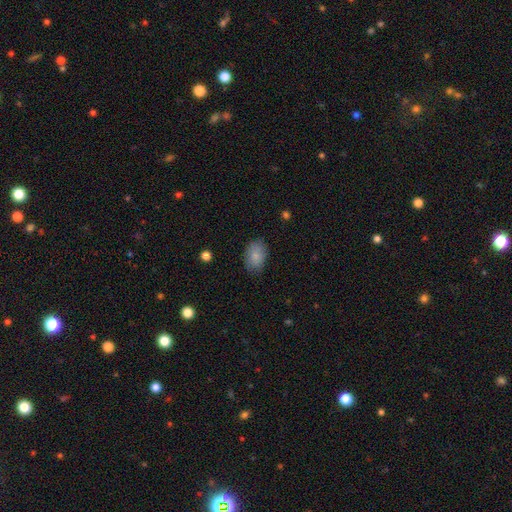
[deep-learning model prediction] Overall: smooth (85%). How rounded: in between (86%). Merging: none (79%).